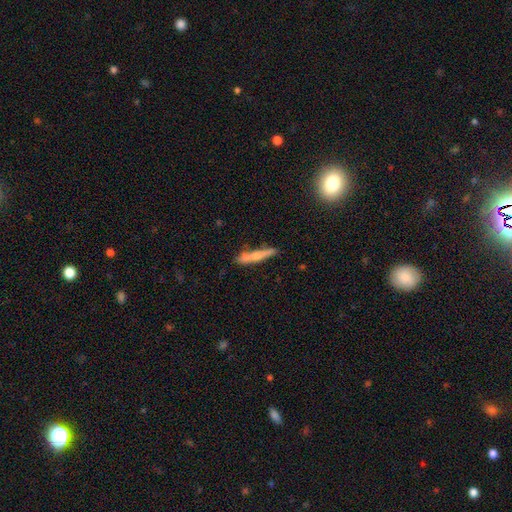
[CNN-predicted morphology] This appears to be a smooth galaxy with no disk features (59%) that is cigar-shaped (93%). Merging: none (76%).